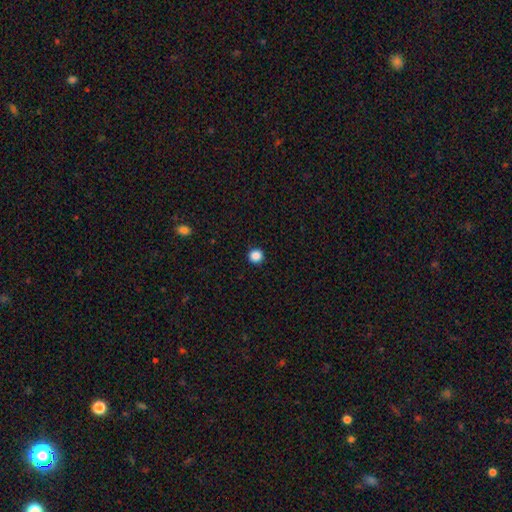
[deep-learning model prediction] A smooth galaxy with no disk features (87%) that is round (94%).

Vote fractions:
- Smooth or featured? smooth: 87% / star or artifact: 11% / featured or disk: 3%
- How rounded? round: 94% / in between: 5% / cigar-shaped: 1%
- Merging? none: 93% / minor disturbance: 4% / major disturbance: 2% / merger: 1%